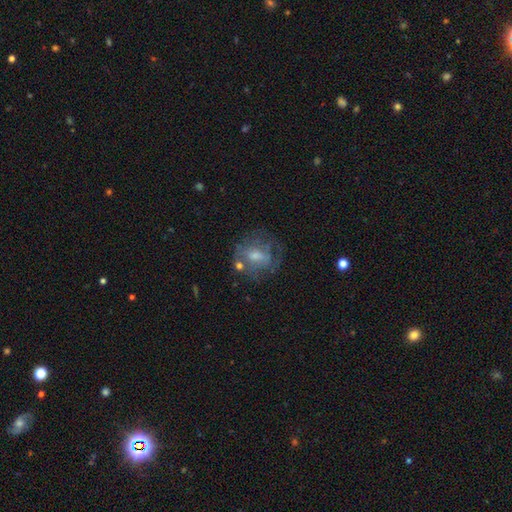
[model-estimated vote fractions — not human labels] A featured or disk galaxy (51%).

Vote fractions:
- Smooth or featured? featured or disk: 51% / smooth: 38% / star or artifact: 11%
- Edge-on disk? no: 96% / yes: 4%
- Merging? none: 51% / minor disturbance: 22% / major disturbance: 21% / merger: 6%